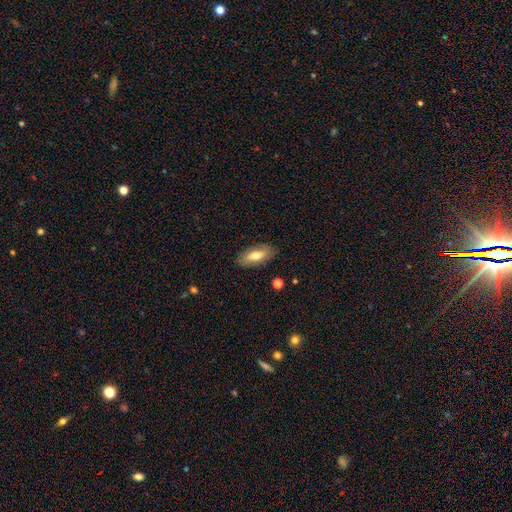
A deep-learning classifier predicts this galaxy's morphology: The model was most divided on "smooth or featured": smooth: 66%, featured or disk: 27%, star or artifact: 7%. More confident: merging — none (86%); how rounded — in between (82%).